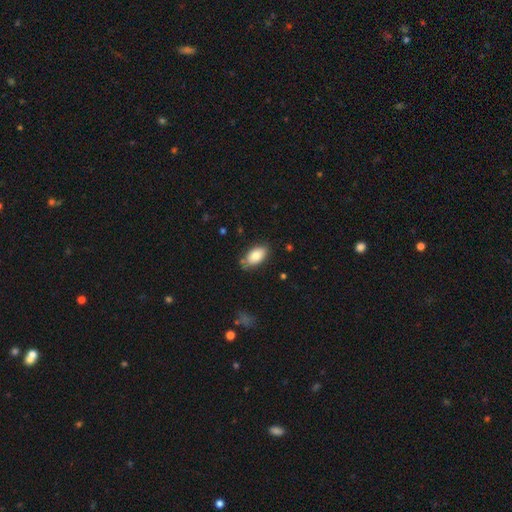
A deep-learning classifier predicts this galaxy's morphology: This appears to be a smooth galaxy with no disk features (82%) that is in between round and cigar-shaped (94%). Merging: none (76%).